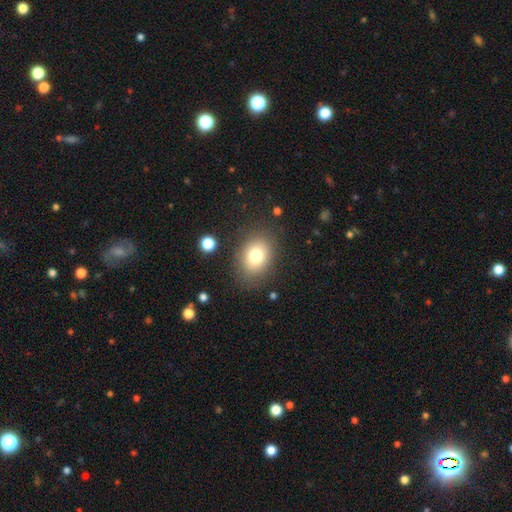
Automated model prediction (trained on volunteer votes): Q: Smooth or featured?
A: smooth (77%); runner-up: featured or disk (12%)
Q: How rounded?
A: in between (59%); runner-up: round (40%)
Q: Merging?
A: none (82%); runner-up: minor disturbance (11%)